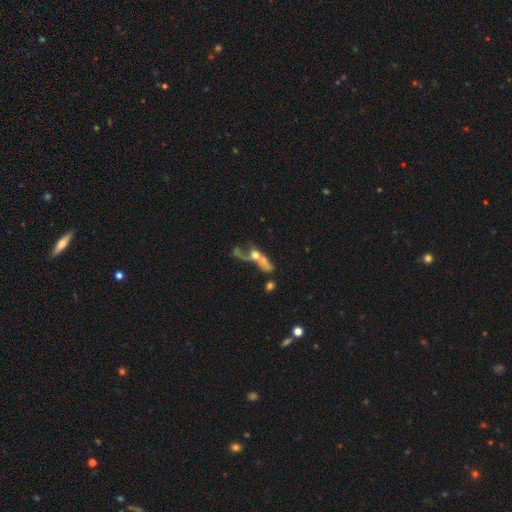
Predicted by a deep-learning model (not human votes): Q: Smooth or featured?
A: featured or disk (51%); runner-up: smooth (39%)
Q: Edge-on disk?
A: no (84%); runner-up: yes (16%)
Q: Merging?
A: merger (62%); runner-up: major disturbance (20%)